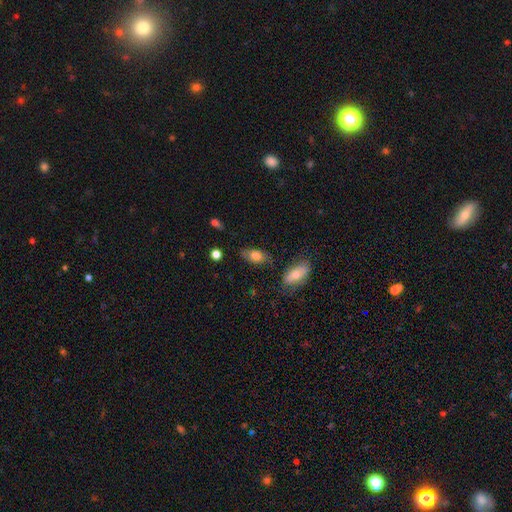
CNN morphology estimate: This appears to be a smooth galaxy with no disk features (76%) that is in between round and cigar-shaped (89%). Merging: none (77%).